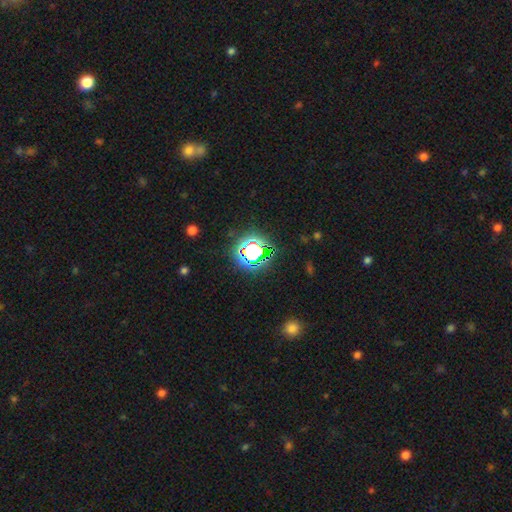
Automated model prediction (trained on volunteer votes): A star or artifact, not a galaxy (69%).